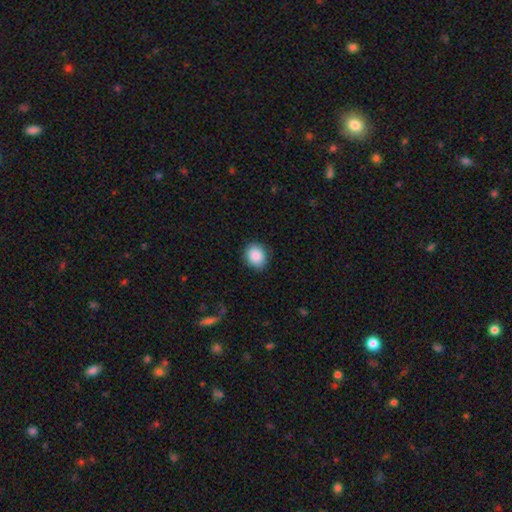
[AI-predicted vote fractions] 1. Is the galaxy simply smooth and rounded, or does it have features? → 89% smooth, 8% star or artifact, 4% featured or disk.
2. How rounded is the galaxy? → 56% round, 43% in between, 1% cigar-shaped.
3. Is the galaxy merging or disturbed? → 87% none, 9% minor disturbance, 3% major disturbance, 1% merger.